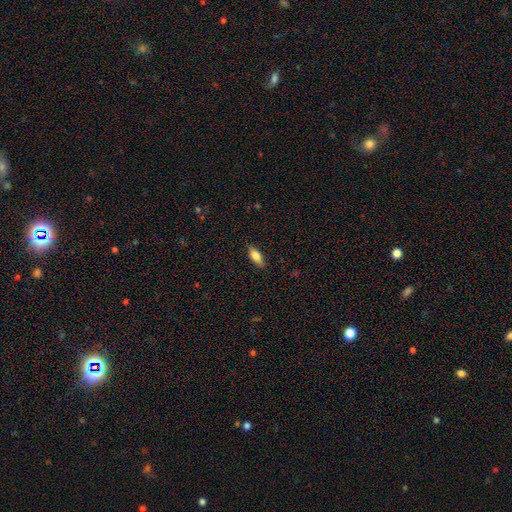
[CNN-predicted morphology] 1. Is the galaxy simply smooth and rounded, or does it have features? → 73% smooth, 20% featured or disk, 7% star or artifact.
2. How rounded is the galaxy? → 72% in between, 26% cigar-shaped, 3% round.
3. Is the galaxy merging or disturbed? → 85% none, 12% minor disturbance, 2% major disturbance, 1% merger.